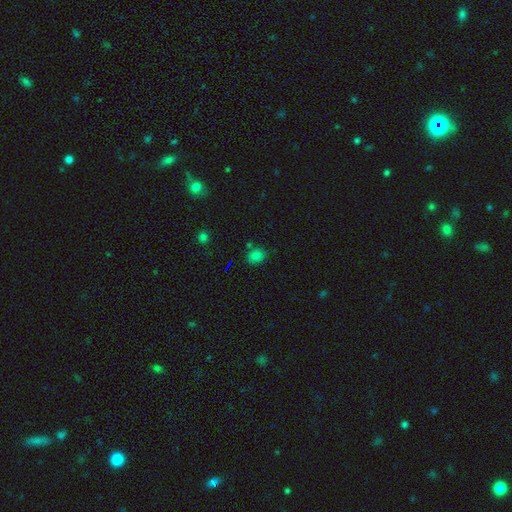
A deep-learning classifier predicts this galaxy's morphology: Overall: smooth (76%). How rounded: round (54%; in between 45%). Merging: none (76%).